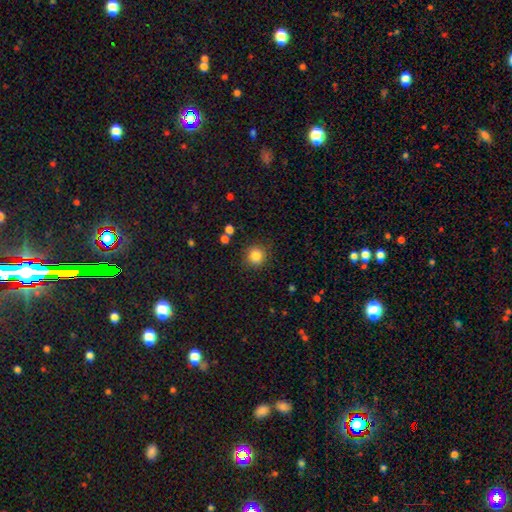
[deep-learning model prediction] A smooth galaxy with no disk features (84%) that is round (91%).

Vote fractions:
- Smooth or featured? smooth: 84% / star or artifact: 11% / featured or disk: 5%
- How rounded? round: 91% / in between: 8% / cigar-shaped: 1%
- Merging? none: 88% / minor disturbance: 8% / major disturbance: 3% / merger: 2%